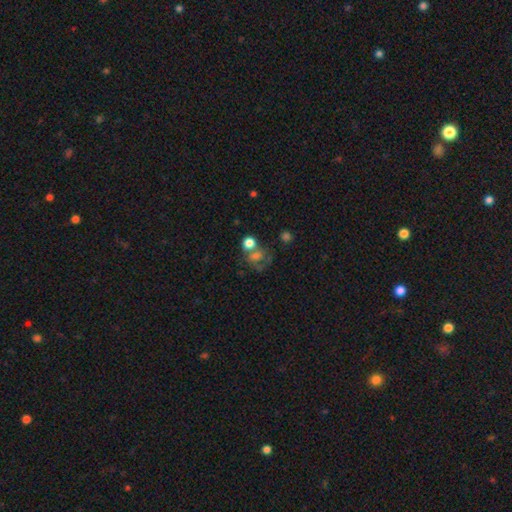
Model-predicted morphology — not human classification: Smooth or featured? smooth (51%)
How rounded? round (61%)
Merging? none (38%)